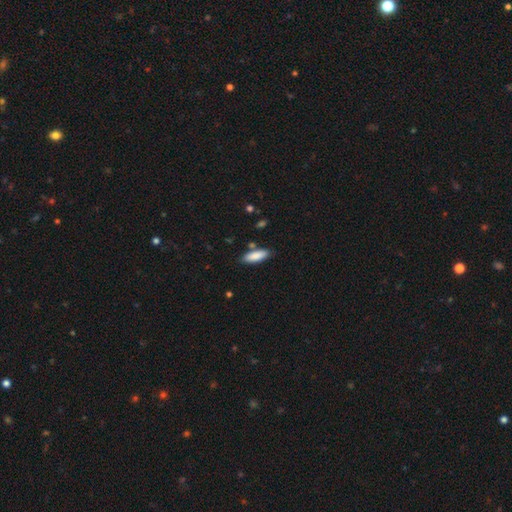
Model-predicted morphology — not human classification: Smooth or featured: smooth — 87% (featured or disk — 7%)
How rounded: in between — 61% (cigar-shaped — 38%)
Merging: none — 81% (minor disturbance — 12%)